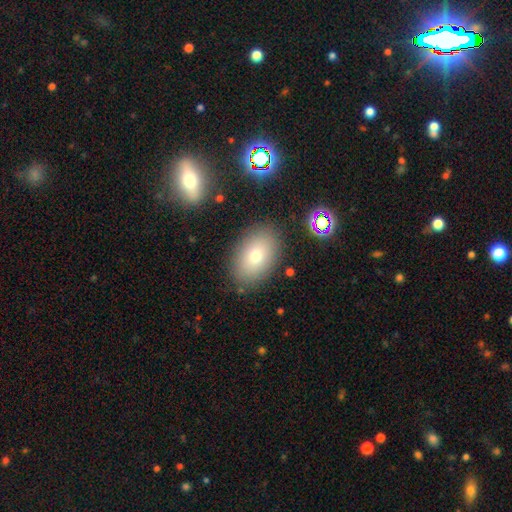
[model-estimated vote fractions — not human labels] A smooth galaxy with no disk features (74%) that is in between round and cigar-shaped (85%). Merging: none (85%).